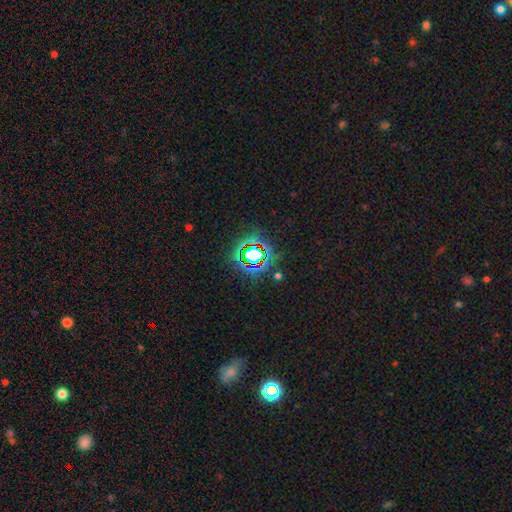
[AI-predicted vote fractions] This appears to be a star or artifact, not a galaxy (77%).